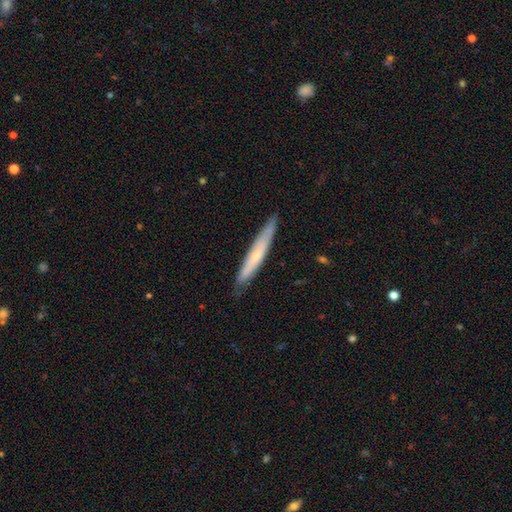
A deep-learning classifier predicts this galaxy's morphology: A smooth galaxy with no disk features (50%) that is cigar-shaped (94%).

Vote fractions:
- Smooth or featured? smooth: 50% / featured or disk: 44% / star or artifact: 6%
- How rounded? cigar-shaped: 94% / in between: 4% / round: 1%
- Merging? none: 85% / minor disturbance: 12% / major disturbance: 2% / merger: 1%